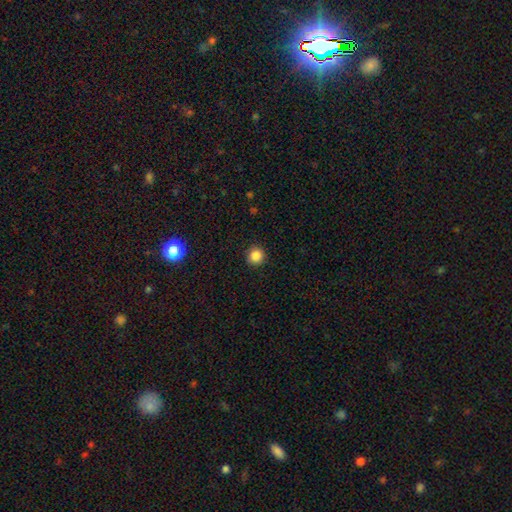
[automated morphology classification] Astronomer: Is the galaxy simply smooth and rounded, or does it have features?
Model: smooth — 85%.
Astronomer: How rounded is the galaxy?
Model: round — 93%.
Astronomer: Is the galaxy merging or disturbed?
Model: none — 92%.